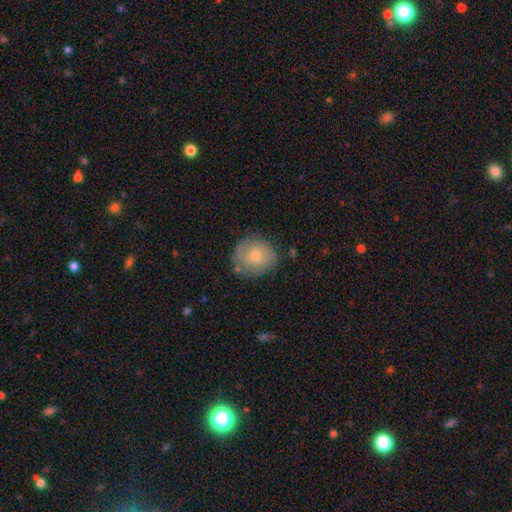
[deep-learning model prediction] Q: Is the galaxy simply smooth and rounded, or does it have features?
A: smooth — 69%.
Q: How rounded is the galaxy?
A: round — 84%.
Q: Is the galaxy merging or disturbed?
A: none — 75%.